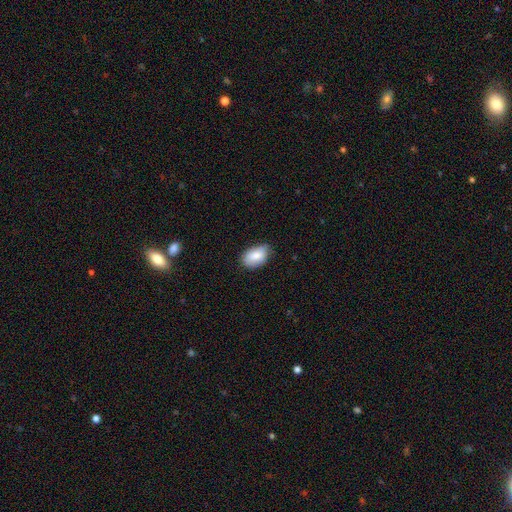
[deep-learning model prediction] Smooth or featured? Predicted: smooth (p=0.85). How rounded? Predicted: in between (p=0.91). Merging? Predicted: none (p=0.68).